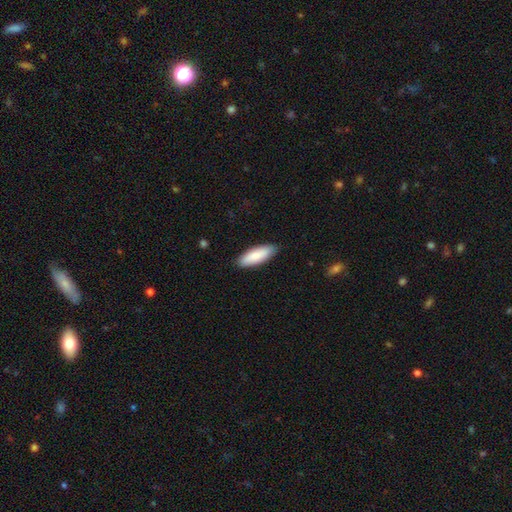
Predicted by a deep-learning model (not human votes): Smooth or featured? Predicted: smooth (p=0.85). How rounded? Predicted: in between (p=0.63). Merging? Predicted: none (p=0.87).